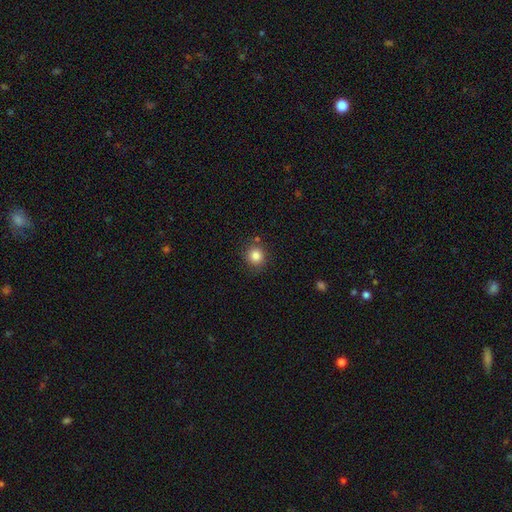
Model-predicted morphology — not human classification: smooth_or_featured: smooth (p=0.84) [alt: star or artifact p=0.11]
how_rounded: round (p=0.87) [alt: in between p=0.12]
merging: none (p=0.83) [alt: minor disturbance p=0.10]